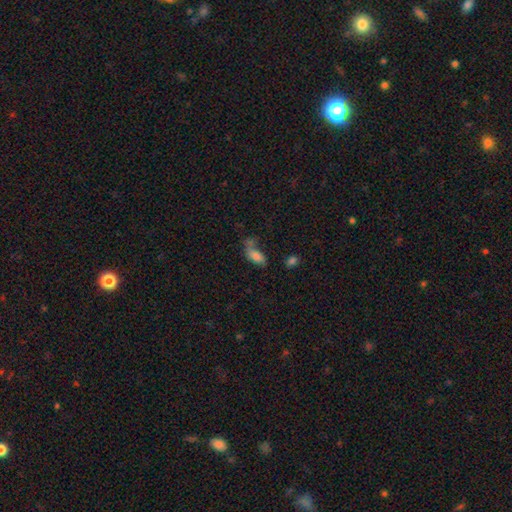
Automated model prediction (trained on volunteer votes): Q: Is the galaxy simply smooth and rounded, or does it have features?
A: smooth — 73%.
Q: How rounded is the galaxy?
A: in between — 85%.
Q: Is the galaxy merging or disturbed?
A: none — 32%.